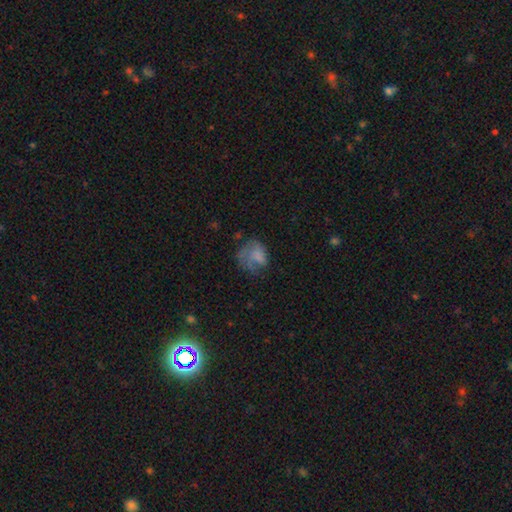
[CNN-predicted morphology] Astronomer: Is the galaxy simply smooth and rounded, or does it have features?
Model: smooth — 57% (runner-up: featured or disk, 32%).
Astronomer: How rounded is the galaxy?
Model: round — 50% (runner-up: in between, 49%).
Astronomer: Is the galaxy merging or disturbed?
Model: none — 38% (runner-up: major disturbance, 34%).